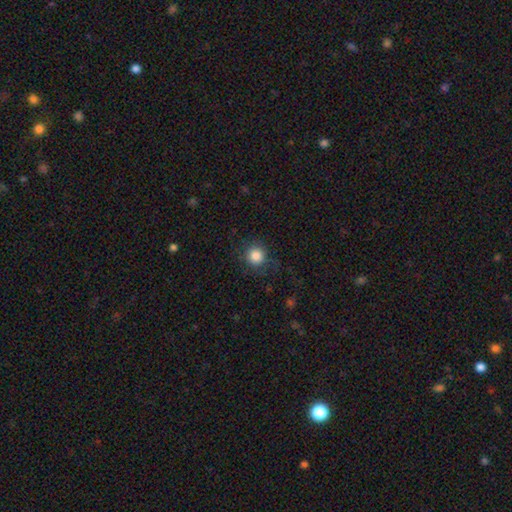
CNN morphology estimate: Q: Smooth or featured?
A: smooth (85%); runner-up: star or artifact (10%)
Q: How rounded?
A: round (93%); runner-up: in between (6%)
Q: Merging?
A: none (84%); runner-up: minor disturbance (11%)